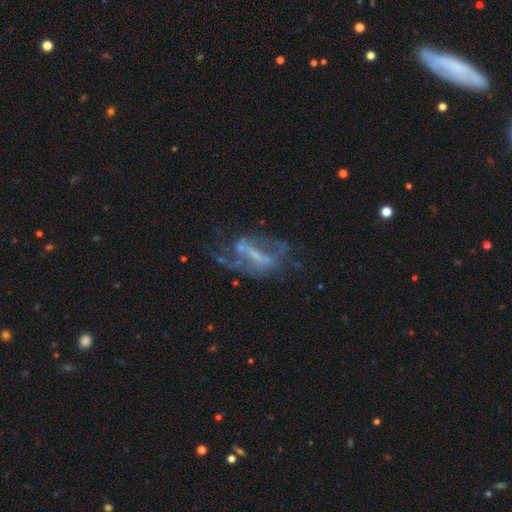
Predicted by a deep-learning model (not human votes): Q: Smooth or featured?
A: featured or disk (74%); runner-up: smooth (14%)
Q: Edge-on disk?
A: no (91%); runner-up: yes (9%)
Q: Bar?
A: strong (38%); runner-up: weak (36%)
Q: Spiral arms?
A: yes (63%); runner-up: no (37%)
Q: Bulge size?
A: small (44%); runner-up: none (30%)
Q: Merging?
A: none (42%); runner-up: major disturbance (32%)